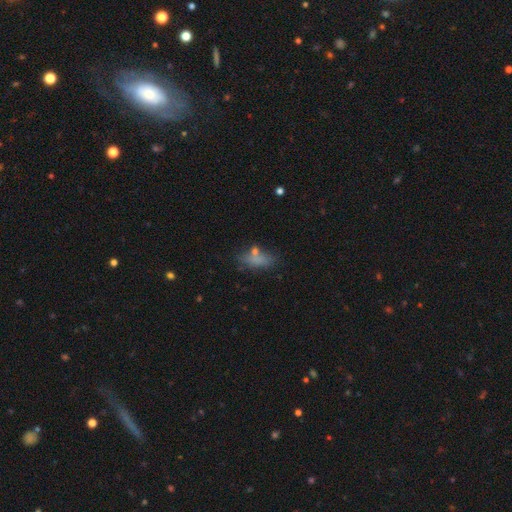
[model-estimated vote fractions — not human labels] Q: Smooth or featured?
A: smooth (65%); runner-up: featured or disk (18%)
Q: How rounded?
A: in between (71%); runner-up: cigar-shaped (23%)
Q: Merging?
A: none (53%); runner-up: minor disturbance (22%)